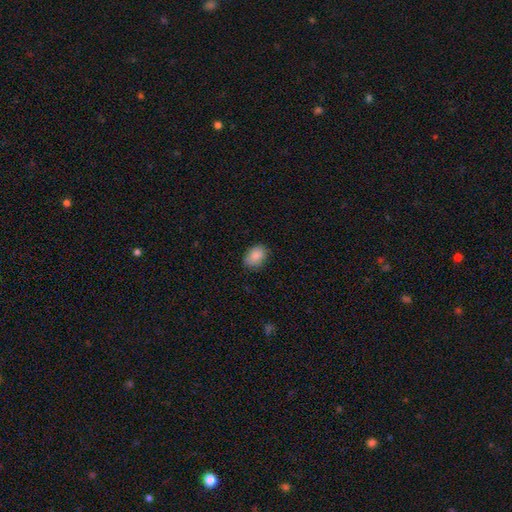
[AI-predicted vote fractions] The model was most divided on "how rounded": in between: 81%, round: 18%, cigar-shaped: 1%. More confident: smooth or featured — smooth (87%); merging — none (80%).